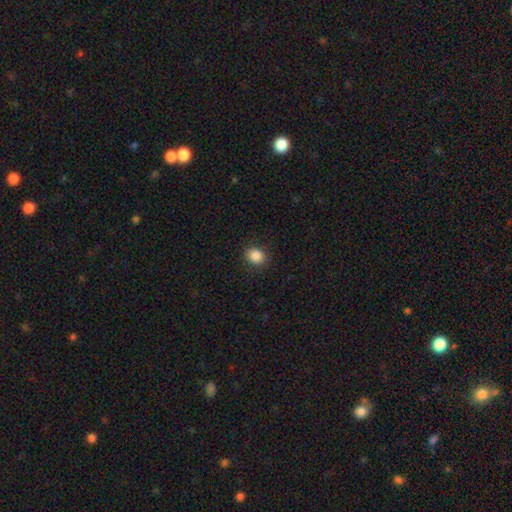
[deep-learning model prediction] This is clearly a smooth galaxy (87%). How rounded: likely round (70%). Merging: clearly none (88%).